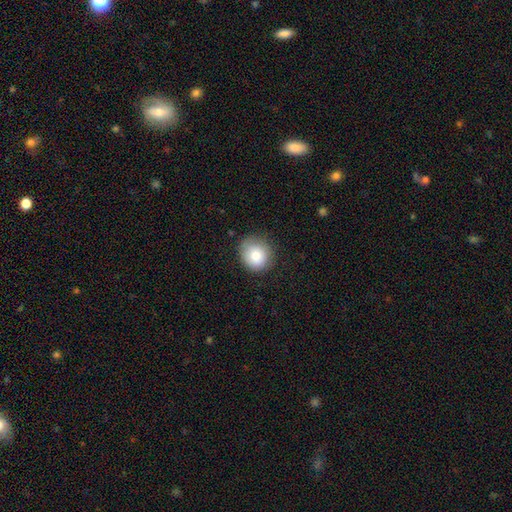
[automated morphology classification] Smooth or featured?
  - smooth: 82% *
  - featured or disk: 9%
  - star or artifact: 9%
How rounded?
  - round: 84% *
  - in between: 15%
  - cigar-shaped: 1%
Merging?
  - none: 79% *
  - minor disturbance: 16%
  - major disturbance: 4%
  - merger: 1%